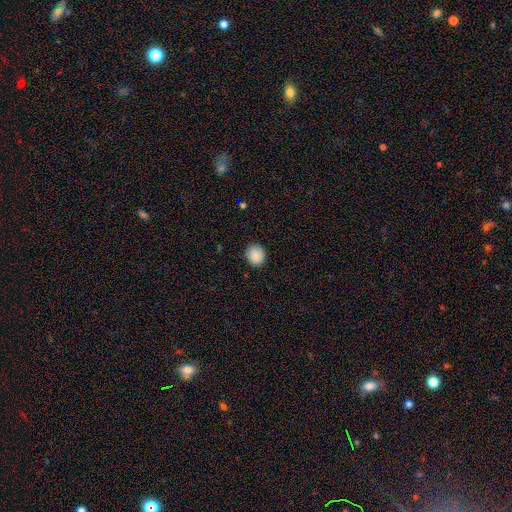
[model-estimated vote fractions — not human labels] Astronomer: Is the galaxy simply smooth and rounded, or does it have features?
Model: smooth — 85%.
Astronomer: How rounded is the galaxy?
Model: round — 74%.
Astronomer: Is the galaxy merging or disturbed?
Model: none — 85%.